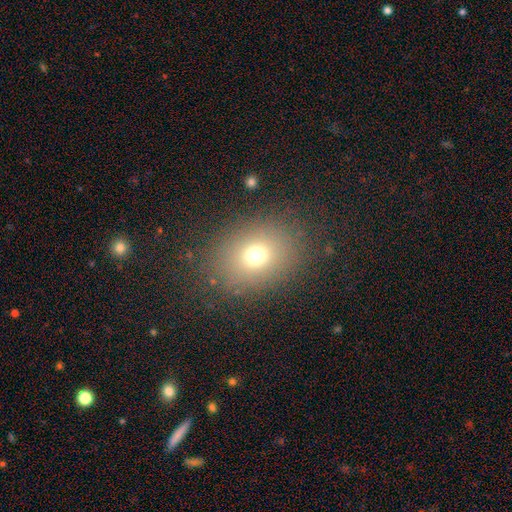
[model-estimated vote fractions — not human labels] The model was most divided on "how rounded": in between: 55%, round: 44%, cigar-shaped: 1%. More confident: merging — none (84%); smooth or featured — smooth (71%).